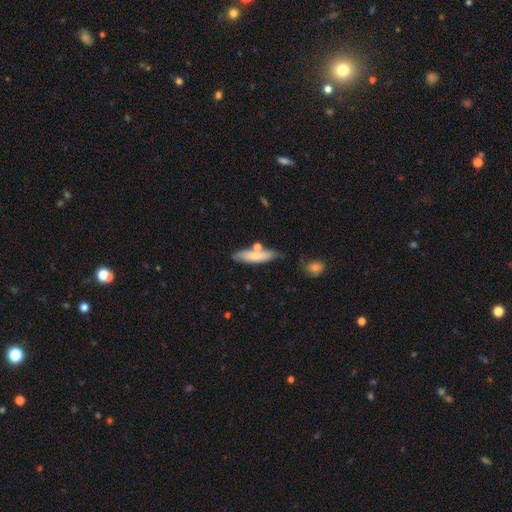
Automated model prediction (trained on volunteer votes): smooth_or_featured: smooth (p=0.73) [alt: featured or disk p=0.21]
how_rounded: cigar-shaped (p=0.67) [alt: in between p=0.31]
merging: none (p=0.67) [alt: minor disturbance p=0.16]